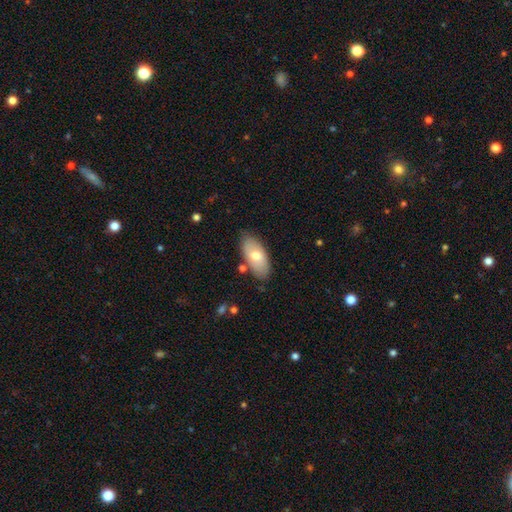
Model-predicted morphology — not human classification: Smooth or featured? Predicted: smooth (p=0.67). How rounded? Predicted: in between (p=0.92). Merging? Predicted: none (p=0.80).